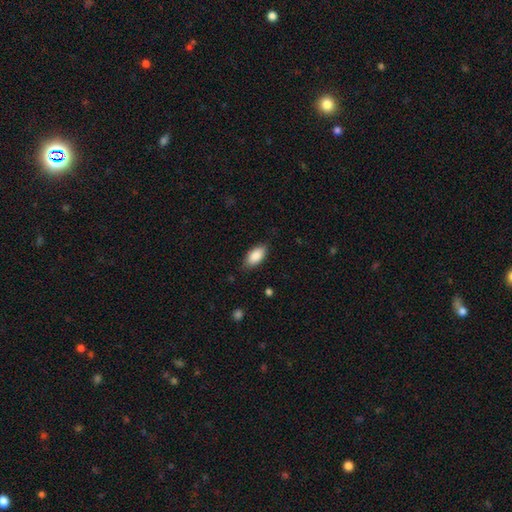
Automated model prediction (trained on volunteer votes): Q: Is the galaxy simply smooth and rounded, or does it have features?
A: smooth — 88%.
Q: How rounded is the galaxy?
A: in between — 92%.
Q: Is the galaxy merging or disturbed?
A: none — 81%.